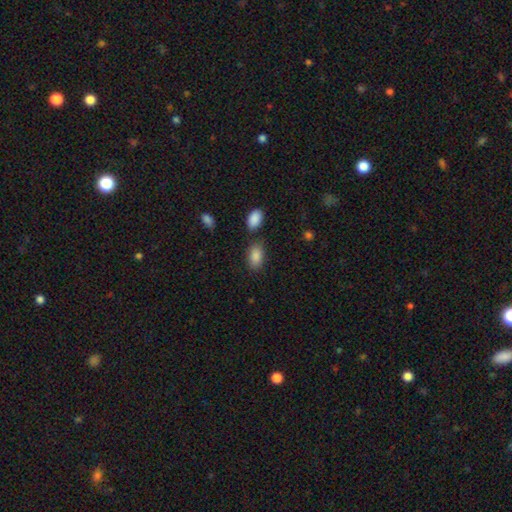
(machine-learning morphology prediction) type=smooth (88%); roundness=in between (92%); merging=none (71%).